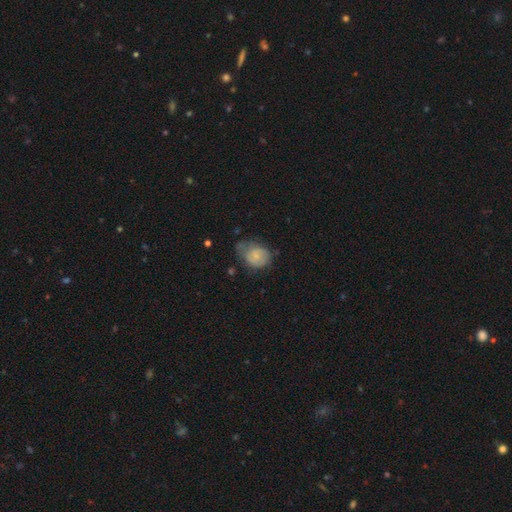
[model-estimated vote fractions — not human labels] Smooth or featured? smooth (63%)
How rounded? in between (54%)
Merging? minor disturbance (38%)